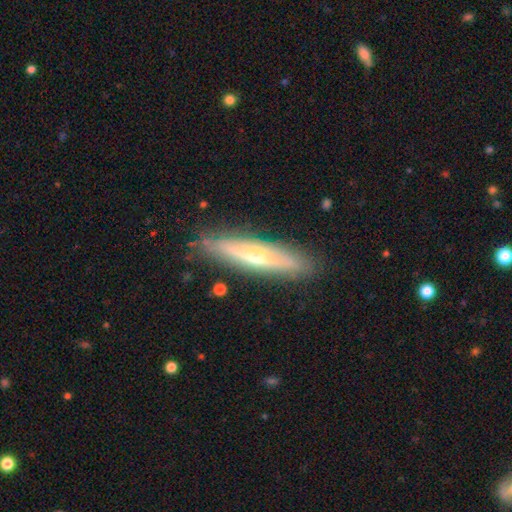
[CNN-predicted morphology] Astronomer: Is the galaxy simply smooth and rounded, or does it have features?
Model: featured or disk — 61%.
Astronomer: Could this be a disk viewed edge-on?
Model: yes — 81%.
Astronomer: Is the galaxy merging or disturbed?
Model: none — 86%.